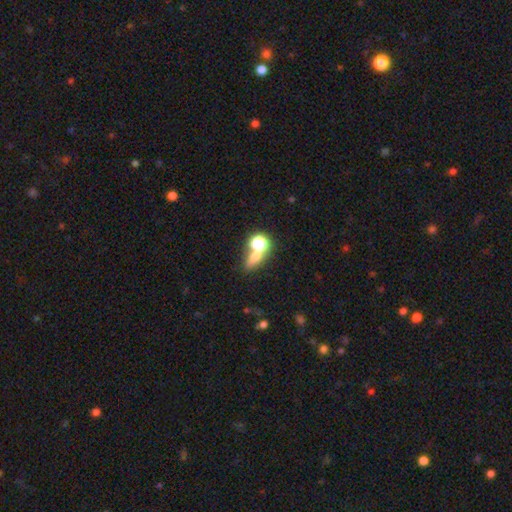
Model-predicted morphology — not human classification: Overall: smooth (58%; star or artifact 28%). How rounded: round (47%; in between 42%). Merging: none (48%; merger 35%).